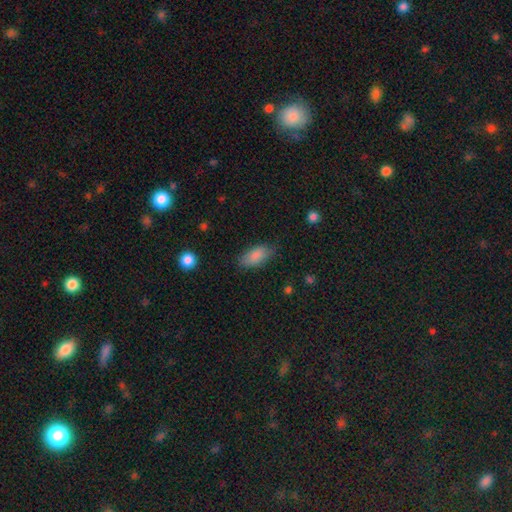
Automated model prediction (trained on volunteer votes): smooth-or-featured: smooth: 86% | featured or disk: 7% | star or artifact: 7%
  how-rounded: in between: 89% | cigar-shaped: 8% | round: 3%
  merging: none: 77% | minor disturbance: 17% | major disturbance: 4% | merger: 1%